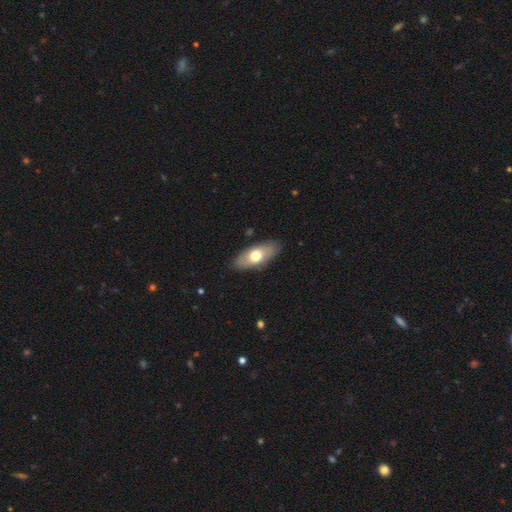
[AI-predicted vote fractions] Smooth or featured: smooth — 63% (featured or disk — 31%)
How rounded: in between — 85% (cigar-shaped — 12%)
Merging: none — 86% (minor disturbance — 11%)